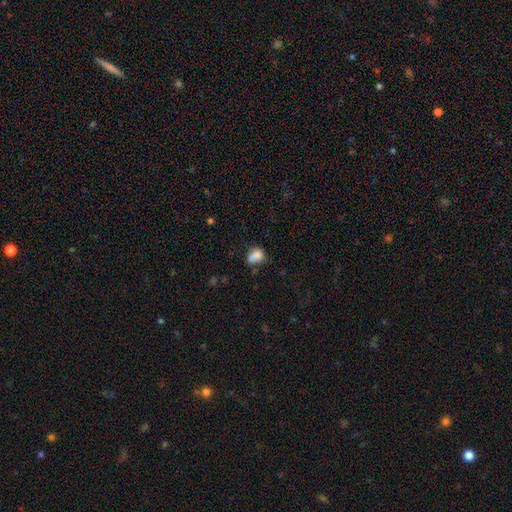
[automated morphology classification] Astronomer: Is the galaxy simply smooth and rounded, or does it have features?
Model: smooth — 81%.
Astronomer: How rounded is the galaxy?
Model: in between — 65%.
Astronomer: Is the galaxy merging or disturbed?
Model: none — 46% (runner-up: minor disturbance, 30%).